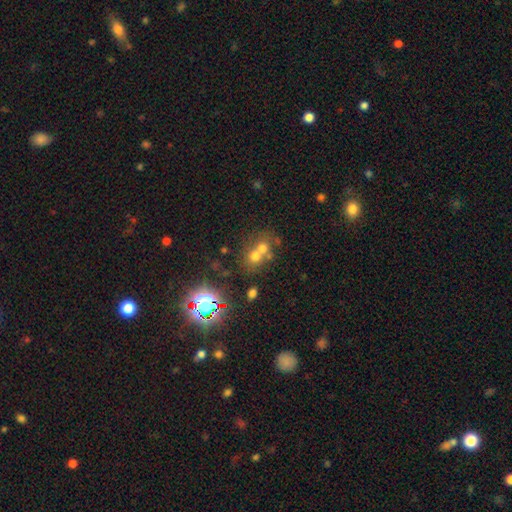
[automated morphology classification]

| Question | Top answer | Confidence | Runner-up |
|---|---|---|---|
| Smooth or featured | smooth | 61% | star or artifact (23%) |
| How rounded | round | 76% | in between (23%) |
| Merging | merger | 54% | none (36%) |